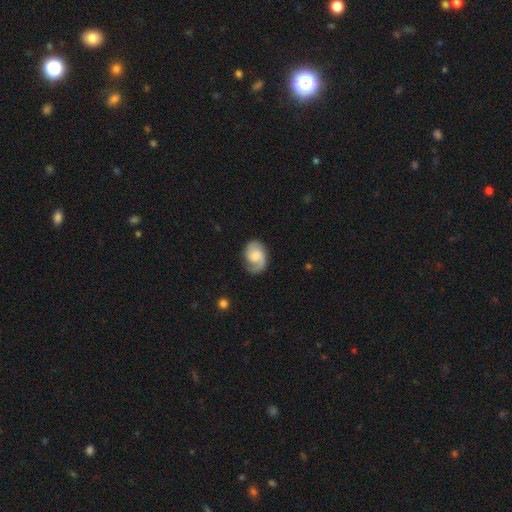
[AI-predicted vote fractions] A featured or disk galaxy (71%) with no bar (60%), 2 (65%) medium (45%) spiral arms (95%) and a moderate central bulge (32%). Merging: none (70%).